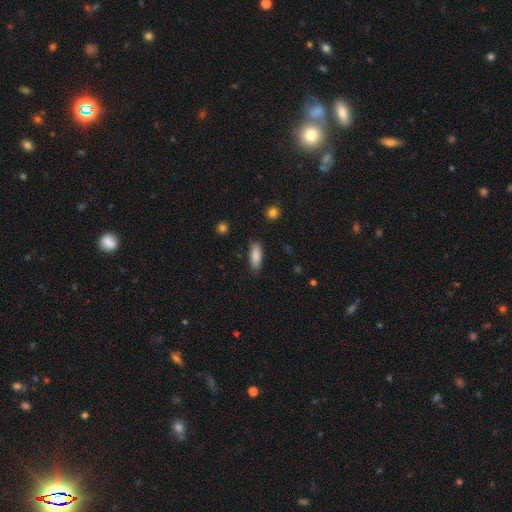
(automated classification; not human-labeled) This is clearly a smooth galaxy (87%). How rounded: likely in between (73%). Merging: clearly none (84%).